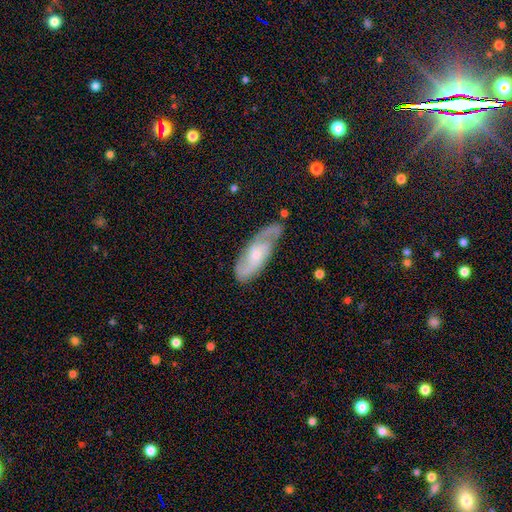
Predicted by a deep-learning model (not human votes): smooth_or_featured: featured or disk (p=0.75) [alt: smooth p=0.19]
disk_edge_on: no (p=0.90) [alt: yes p=0.10]
bar: no (p=0.58) [alt: weak p=0.35]
has_spiral_arms: yes (p=0.94) [alt: no p=0.06]
spiral_winding: medium (p=0.48) [alt: tight p=0.33]
spiral_arm_count: 2 (p=0.78) [alt: can't tell p=0.12]
bulge_size: small (p=0.44) [alt: moderate p=0.41]
merging: none (p=0.71) [alt: minor disturbance p=0.21]